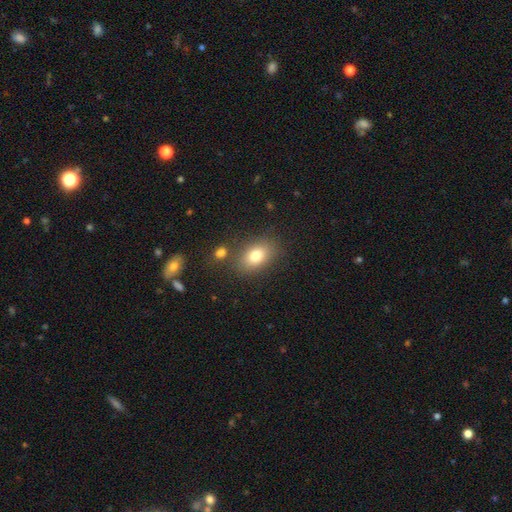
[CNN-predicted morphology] Smooth or featured? Predicted: smooth (p=0.79). How rounded? Predicted: in between (p=0.82). Merging? Predicted: none (p=0.77).